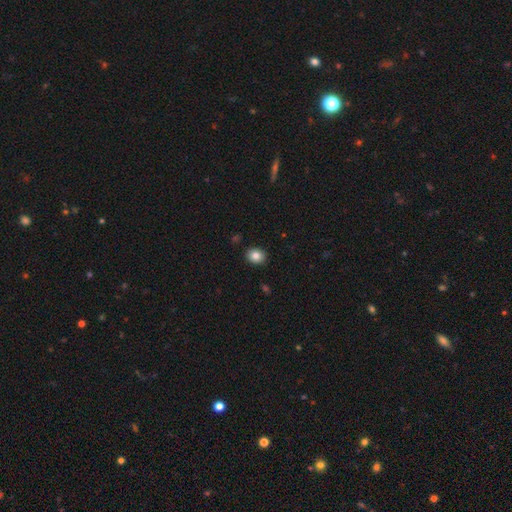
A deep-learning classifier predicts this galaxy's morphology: smooth-or-featured: smooth: 84% | star or artifact: 9% | featured or disk: 7%
  how-rounded: round: 56% | in between: 43% | cigar-shaped: 1%
  merging: none: 91% | minor disturbance: 6% | major disturbance: 2% | merger: 1%